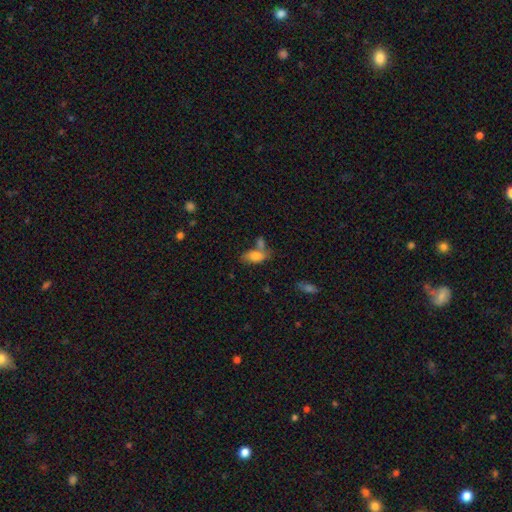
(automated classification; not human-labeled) smooth-or-featured: smooth: 76% | featured or disk: 15% | star or artifact: 9%
  how-rounded: in between: 87% | cigar-shaped: 9% | round: 4%
  merging: none: 44% | merger: 30% | minor disturbance: 18% | major disturbance: 8%